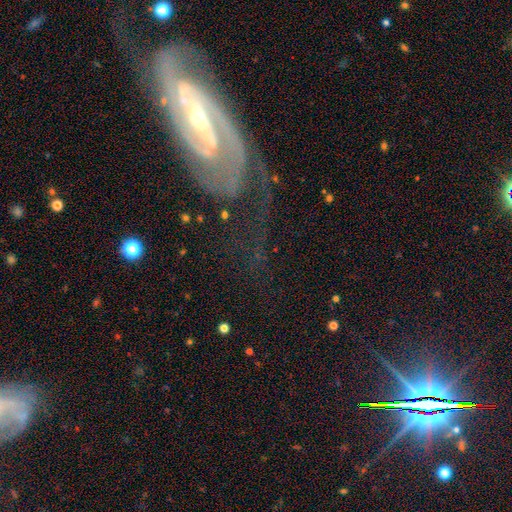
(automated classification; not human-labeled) Smooth or featured?
  - featured or disk: 80% *
  - star or artifact: 12%
  - smooth: 9%
Edge-on disk?
  - no: 90% *
  - yes: 10%
Bar?
  - strong: 40% *
  - weak: 33%
  - no: 28%
Spiral arms?
  - yes: 91% *
  - no: 9%
Spiral winding?
  - tight: 45% *
  - medium: 38%
  - loose: 17%
Spiral arm count?
  - 2: 63% *
  - can't tell: 15%
  - 1: 7%
  - 3: 7%
  - 4: 4%
  - more than 4: 4%
Bulge size?
  - small: 62% *
  - moderate: 32%
  - large: 2%
  - none: 2%
  - dominant: 1%
Merging?
  - none: 54% *
  - major disturbance: 24%
  - minor disturbance: 17%
  - merger: 4%